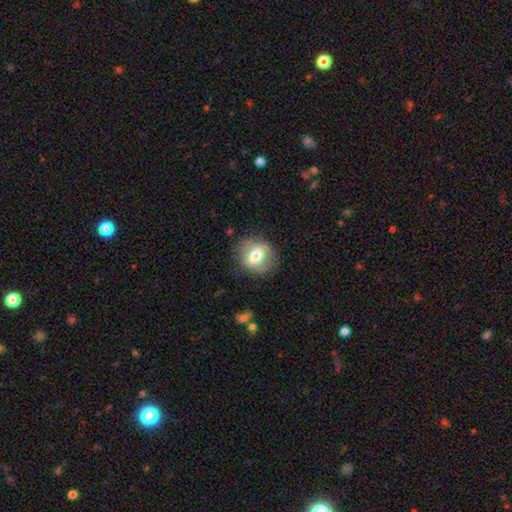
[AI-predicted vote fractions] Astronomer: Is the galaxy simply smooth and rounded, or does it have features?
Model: smooth — 63%.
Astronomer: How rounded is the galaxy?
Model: round — 66%.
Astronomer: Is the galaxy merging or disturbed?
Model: none — 78%.